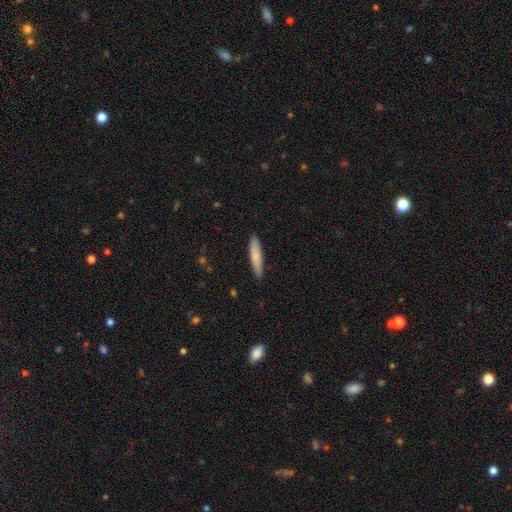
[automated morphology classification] This appears to be a smooth galaxy with no disk features (80%) that is cigar-shaped (83%). Merging: none (89%).